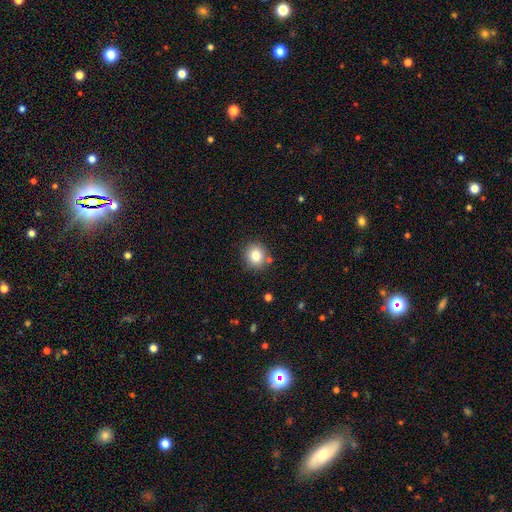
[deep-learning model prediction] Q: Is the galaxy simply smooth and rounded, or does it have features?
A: smooth — 81%.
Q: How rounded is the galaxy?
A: round — 87%.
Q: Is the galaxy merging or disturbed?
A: none — 84%.